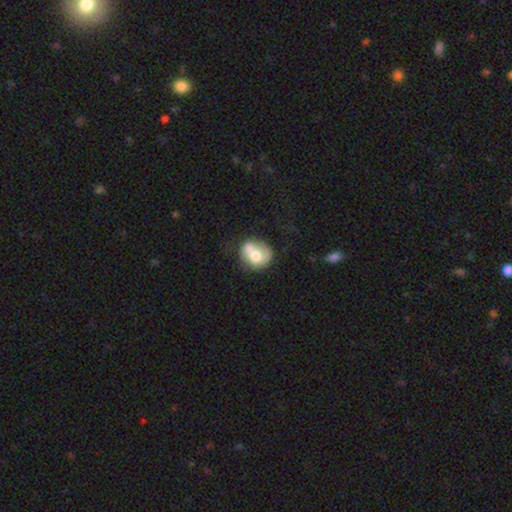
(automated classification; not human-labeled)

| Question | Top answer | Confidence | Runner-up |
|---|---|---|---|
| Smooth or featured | smooth | 62% | featured or disk (31%) |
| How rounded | round | 69% | in between (30%) |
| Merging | merger | 47% | none (30%) |